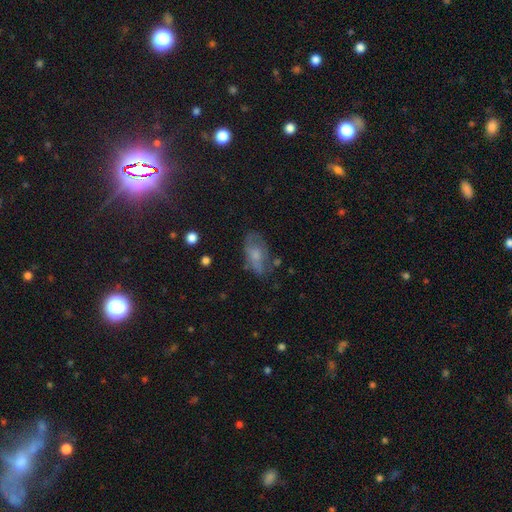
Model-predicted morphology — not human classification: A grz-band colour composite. It shows a smooth galaxy with no disk features (53%) that is in between round and cigar-shaped (89%). Merging: none (52%).